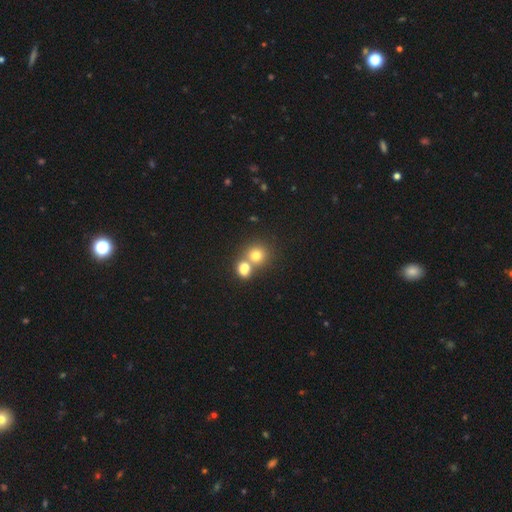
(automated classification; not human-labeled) The model was most divided on "merging": merger: 50%, none: 42%, minor disturbance: 6%, major disturbance: 3%. More confident: how rounded — round (82%); smooth or featured — smooth (75%).